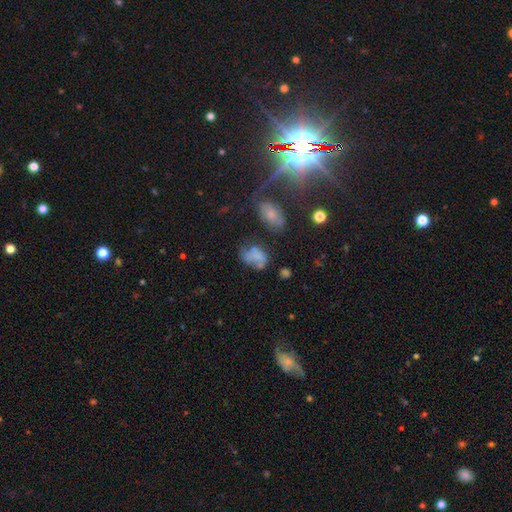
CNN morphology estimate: A smooth galaxy with no disk features (61%) that is in between round and cigar-shaped (76%).

Vote fractions:
- Smooth or featured? smooth: 61% / featured or disk: 26% / star or artifact: 13%
- How rounded? in between: 76% / round: 23% / cigar-shaped: 2%
- Merging? none: 34% / minor disturbance: 27% / major disturbance: 24% / merger: 15%